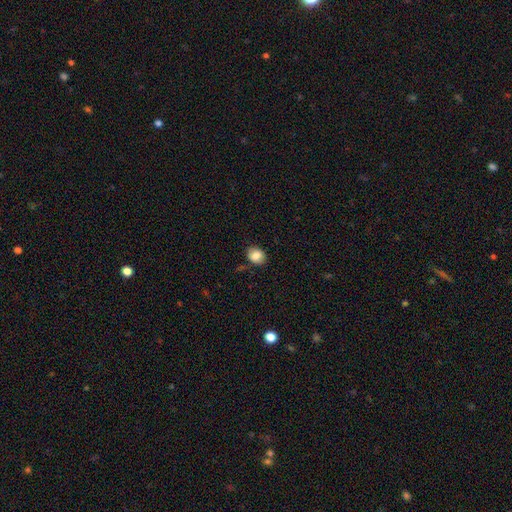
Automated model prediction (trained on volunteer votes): A smooth galaxy with no disk features (84%) that is in between round and cigar-shaped (51%).

Vote fractions:
- Smooth or featured? smooth: 84% / star or artifact: 9% / featured or disk: 7%
- How rounded? in between: 51% / round: 48% / cigar-shaped: 1%
- Merging? none: 79% / minor disturbance: 15% / major disturbance: 3% / merger: 2%